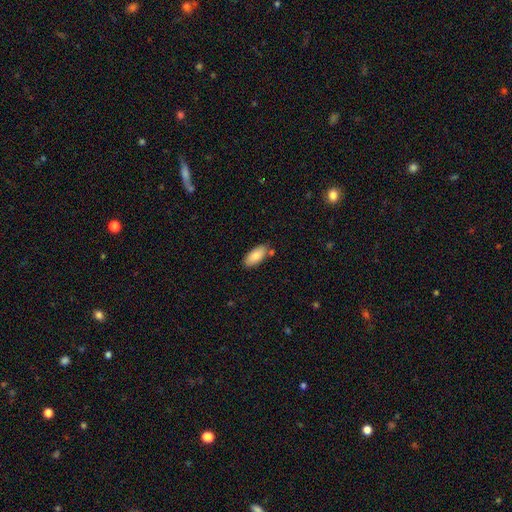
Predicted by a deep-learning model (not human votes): Overall: smooth (85%). How rounded: in between (90%). Merging: none (77%).